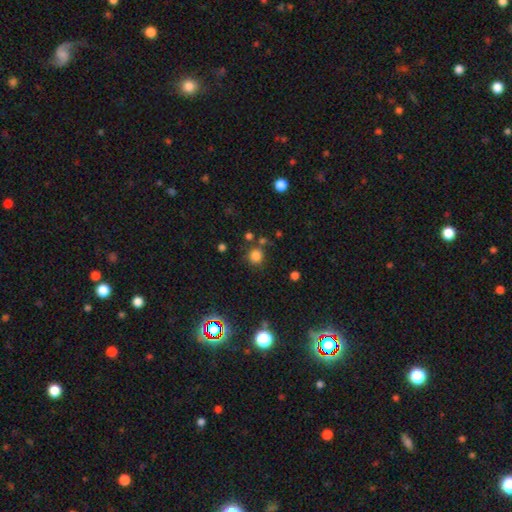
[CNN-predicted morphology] This is likely a smooth galaxy (78%). How rounded: clearly round (91%). Merging: likely none (76%).